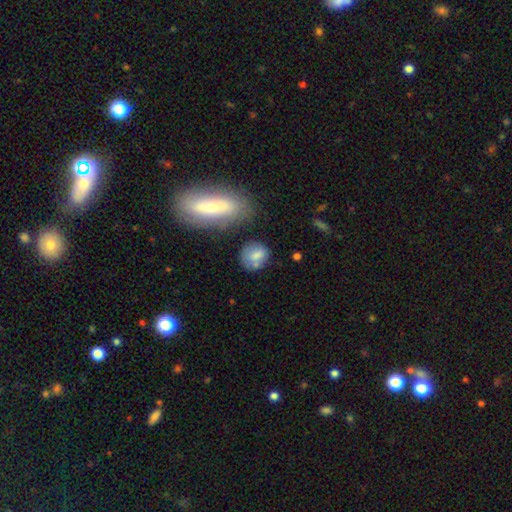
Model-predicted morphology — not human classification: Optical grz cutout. It shows a smooth galaxy with no disk features (75%) that is round (61%). Merging: none (58%).